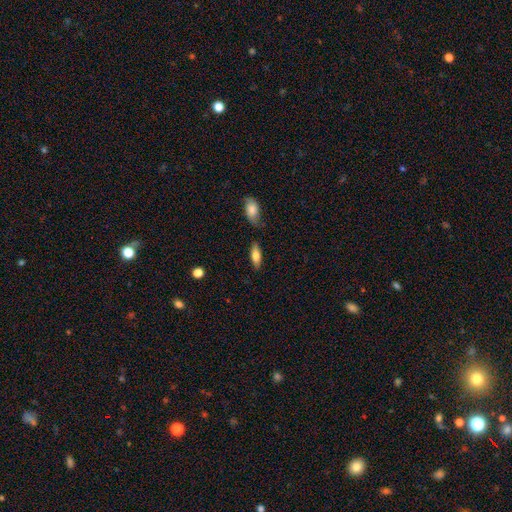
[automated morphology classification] Smooth or featured? smooth (75%)
How rounded? in between (72%)
Merging? none (77%)